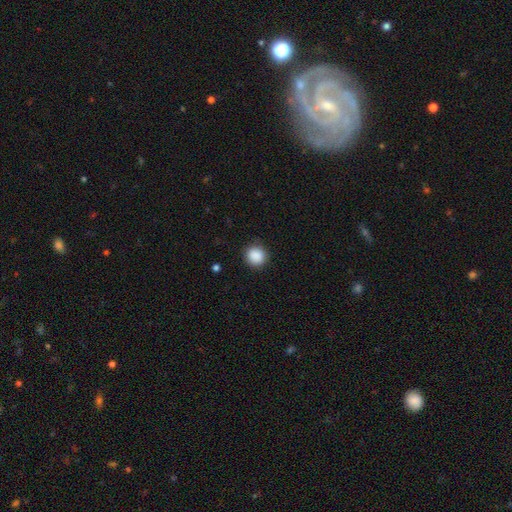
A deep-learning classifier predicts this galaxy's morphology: Smooth or featured?
  - smooth: 89% *
  - star or artifact: 9%
  - featured or disk: 3%
How rounded?
  - round: 91% *
  - in between: 8%
  - cigar-shaped: 1%
Merging?
  - none: 89% *
  - minor disturbance: 8%
  - major disturbance: 2%
  - merger: 1%